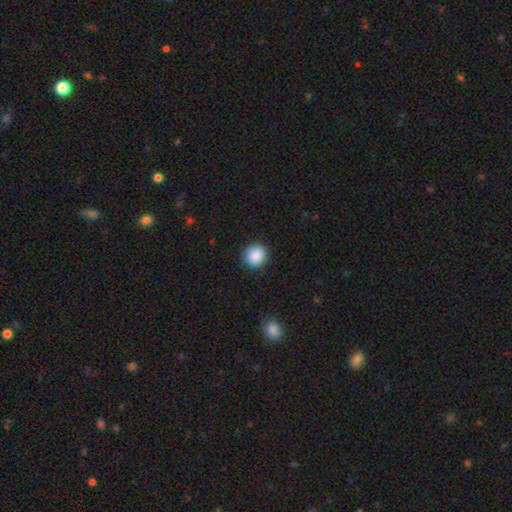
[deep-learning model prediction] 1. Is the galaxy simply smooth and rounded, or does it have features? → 89% smooth, 8% star or artifact, 3% featured or disk.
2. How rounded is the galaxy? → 89% round, 10% in between, 1% cigar-shaped.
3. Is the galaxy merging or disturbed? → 90% none, 7% minor disturbance, 2% major disturbance, 1% merger.